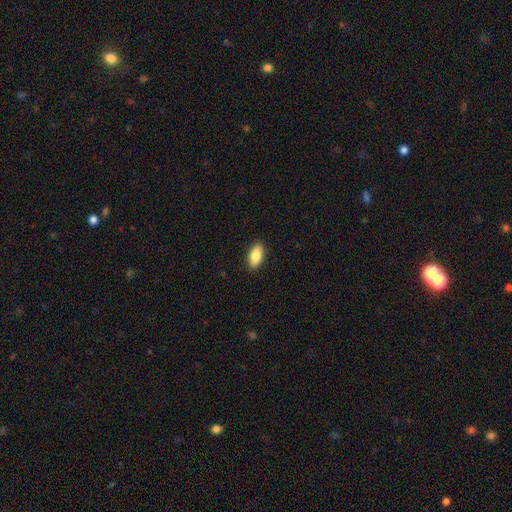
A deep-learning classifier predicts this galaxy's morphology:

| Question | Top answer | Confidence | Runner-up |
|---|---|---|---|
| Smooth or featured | smooth | 86% | featured or disk (8%) |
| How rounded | in between | 93% | cigar-shaped (4%) |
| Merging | none | 90% | minor disturbance (7%) |